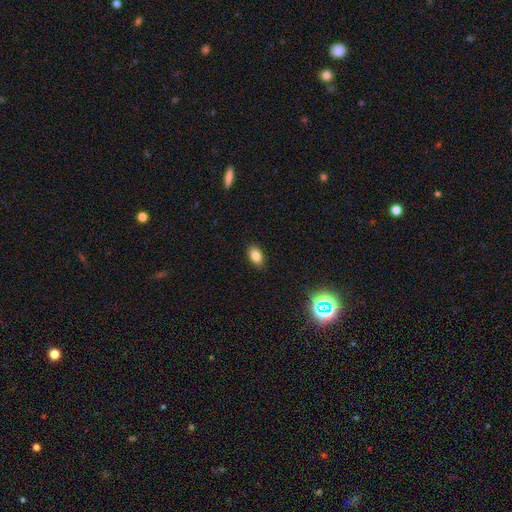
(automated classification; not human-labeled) The model was most divided on "smooth or featured": smooth: 83%, star or artifact: 11%, featured or disk: 6%. More confident: how rounded — in between (89%); merging — none (88%).